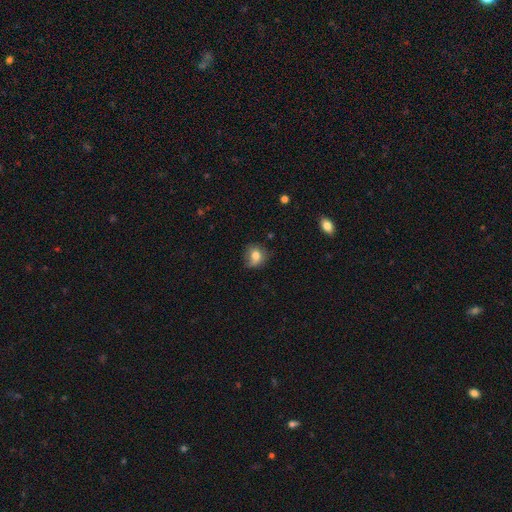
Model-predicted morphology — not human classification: Smooth or featured? smooth (75%)
How rounded? round (67%)
Merging? none (54%)